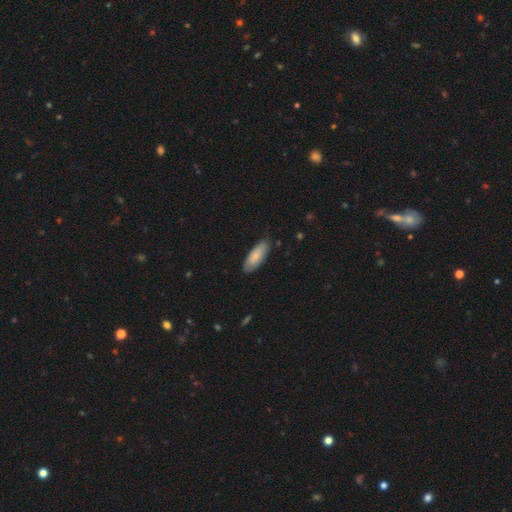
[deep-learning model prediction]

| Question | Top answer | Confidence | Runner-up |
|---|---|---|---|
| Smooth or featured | smooth | 80% | featured or disk (15%) |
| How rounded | in between | 72% | cigar-shaped (26%) |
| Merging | none | 79% | minor disturbance (17%) |